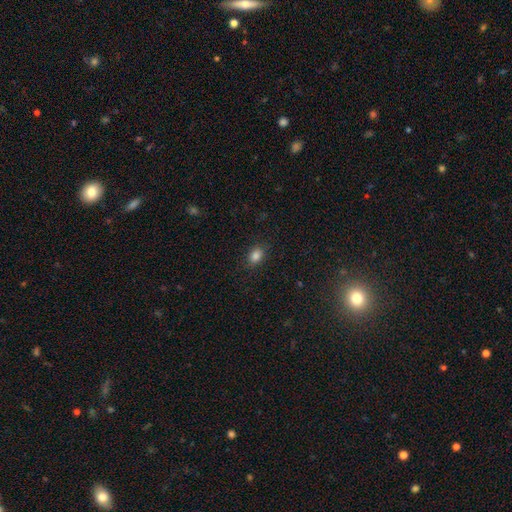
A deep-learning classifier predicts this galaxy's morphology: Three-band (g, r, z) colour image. It shows a smooth galaxy with no disk features (85%) that is in between round and cigar-shaped (71%). Merging: none (87%).